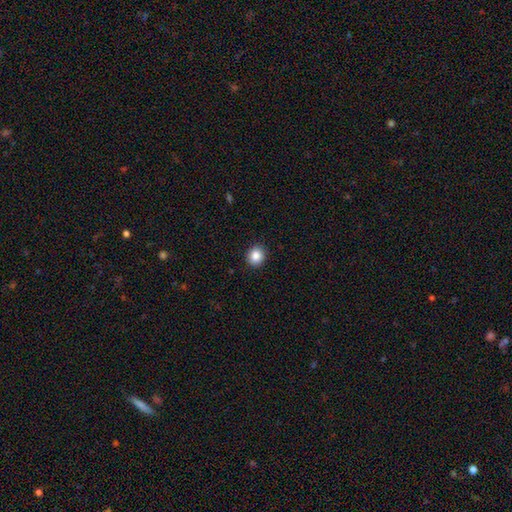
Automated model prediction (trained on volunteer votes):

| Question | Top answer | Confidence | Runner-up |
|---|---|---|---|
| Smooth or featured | smooth | 86% | star or artifact (10%) |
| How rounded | round | 84% | in between (15%) |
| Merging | none | 92% | minor disturbance (6%) |